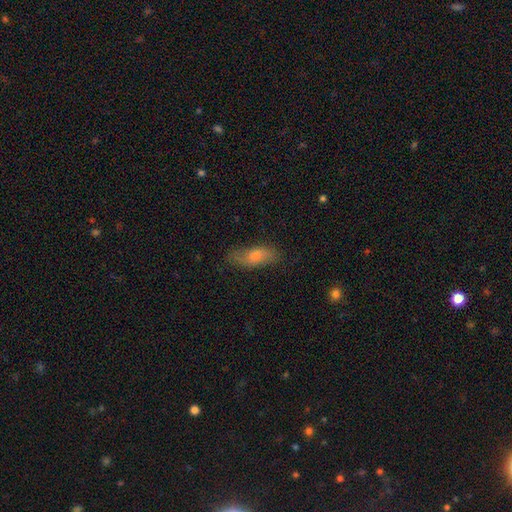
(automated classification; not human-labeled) Q: Smooth or featured?
A: smooth (60%); runner-up: featured or disk (32%)
Q: How rounded?
A: in between (64%); runner-up: cigar-shaped (32%)
Q: Merging?
A: none (77%); runner-up: minor disturbance (17%)